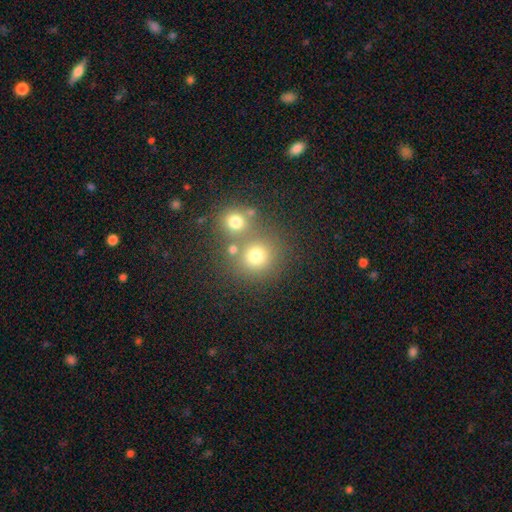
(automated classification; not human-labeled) Morphology: type=smooth (72%); roundness=round (89%); merging=none (59%).